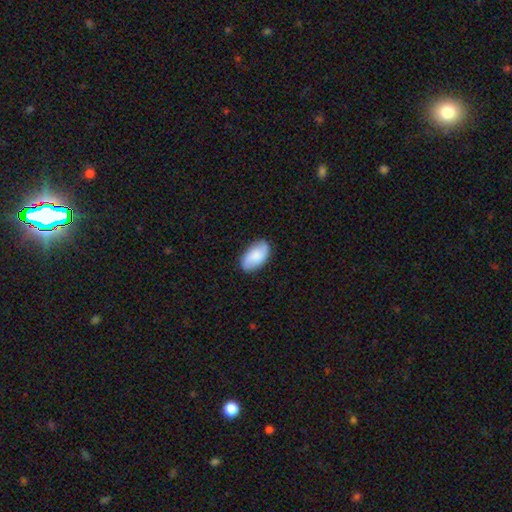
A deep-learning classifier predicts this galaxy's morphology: The model was most divided on "smooth or featured": smooth: 80%, featured or disk: 14%, star or artifact: 6%. More confident: how rounded — in between (95%); merging — none (84%).